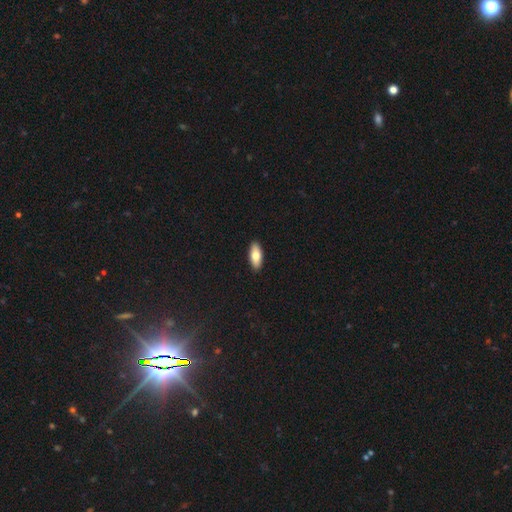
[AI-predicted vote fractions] smooth 77%, featured or disk 17%, star or artifact 6%. Down the decision tree: how rounded — in between (79%); merging — none (91%).